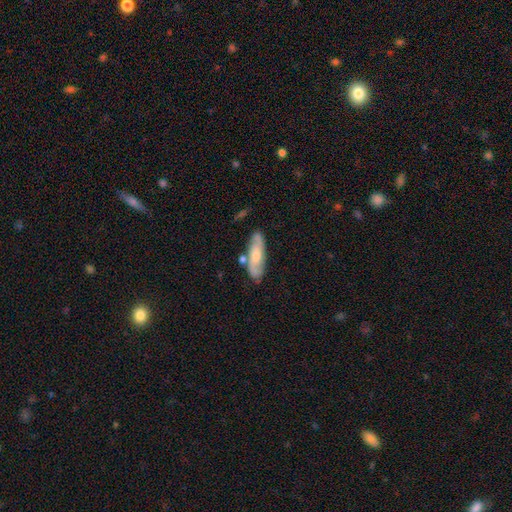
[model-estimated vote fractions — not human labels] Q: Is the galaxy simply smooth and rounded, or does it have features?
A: featured or disk — 52%.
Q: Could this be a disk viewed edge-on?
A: no — 80%.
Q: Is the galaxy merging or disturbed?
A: none — 73%.